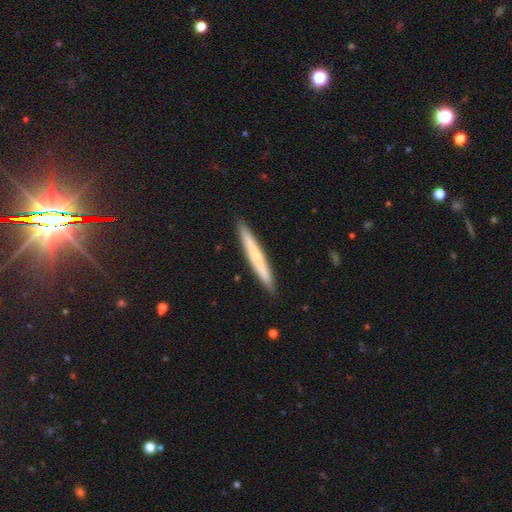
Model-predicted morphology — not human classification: Smooth or featured?
  - smooth: 51% *
  - featured or disk: 43%
  - star or artifact: 6%
How rounded?
  - cigar-shaped: 96% *
  - in between: 3%
  - round: 1%
Merging?
  - none: 92% *
  - minor disturbance: 6%
  - major disturbance: 1%
  - merger: 1%